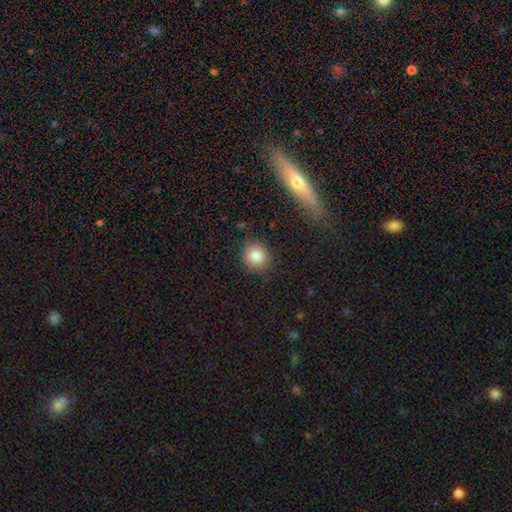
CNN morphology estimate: The model was most divided on "how rounded": round: 86%, in between: 13%, cigar-shaped: 1%. More confident: merging — none (84%); smooth or featured — smooth (84%).